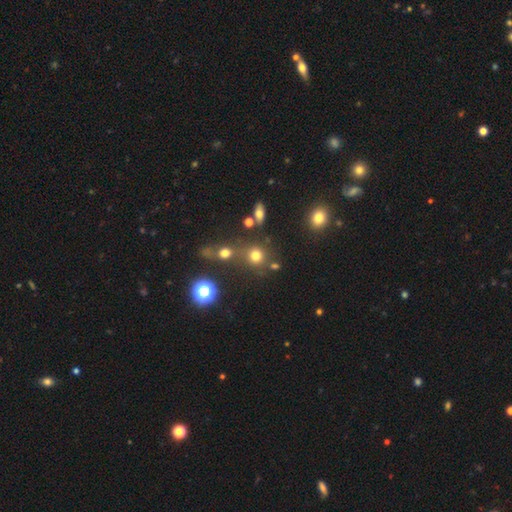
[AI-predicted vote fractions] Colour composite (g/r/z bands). It shows a smooth galaxy with no disk features (71%) that is round (88%). Merging: none (65%).